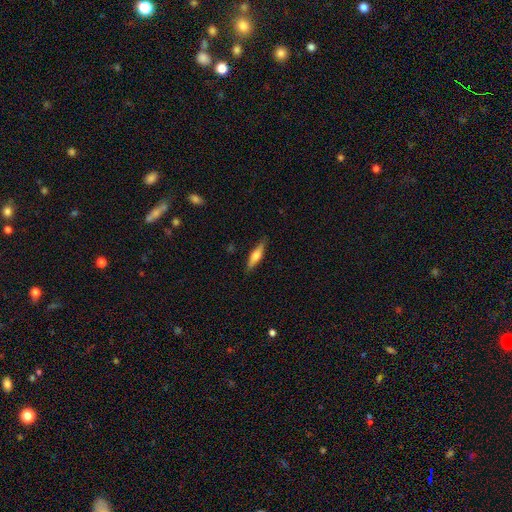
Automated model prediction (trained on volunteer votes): smooth_or_featured: smooth (p=0.51) [alt: featured or disk p=0.42]
how_rounded: cigar-shaped (p=0.74) [alt: in between p=0.24]
merging: none (p=0.85) [alt: minor disturbance p=0.12]